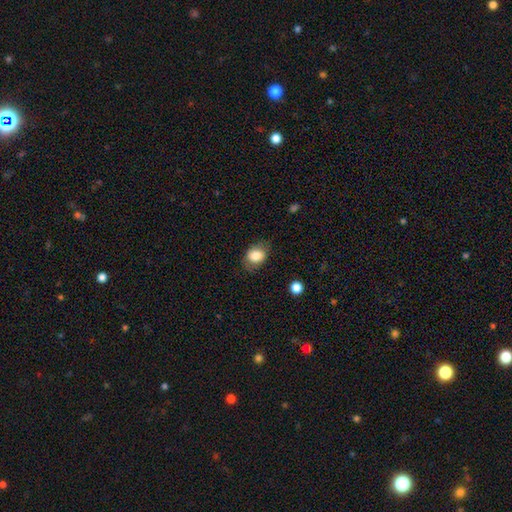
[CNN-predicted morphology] This appears to be a smooth galaxy with no disk features (81%) that is in between round and cigar-shaped (61%). Merging: none (75%).